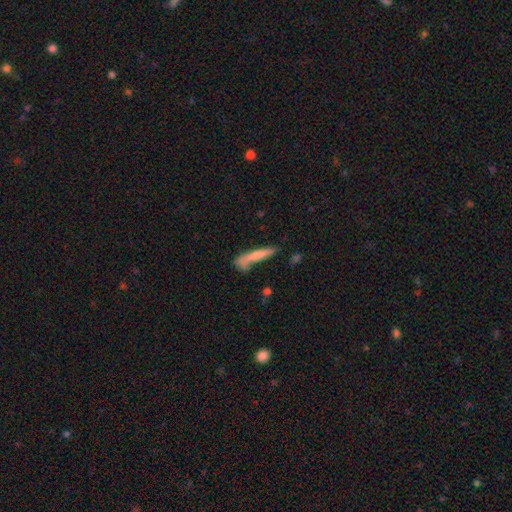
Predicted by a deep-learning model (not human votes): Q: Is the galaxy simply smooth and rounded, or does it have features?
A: smooth — 67%.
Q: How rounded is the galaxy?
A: cigar-shaped — 91%.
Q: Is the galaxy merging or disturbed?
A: none — 54%.